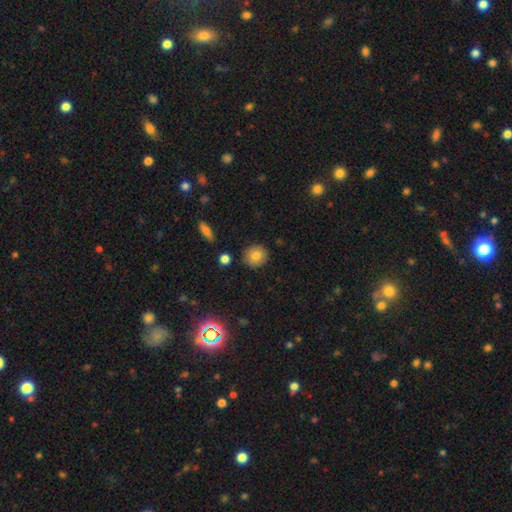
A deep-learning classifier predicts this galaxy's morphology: Smooth or featured: smooth — 80% (featured or disk — 11%)
How rounded: round — 87% (in between — 12%)
Merging: none — 88% (minor disturbance — 8%)